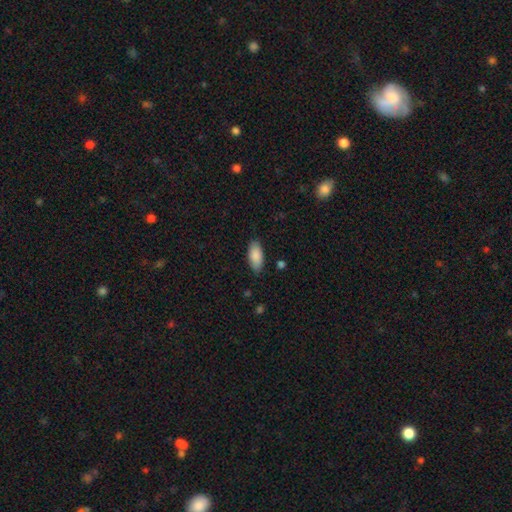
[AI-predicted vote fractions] Smooth or featured? smooth (88%)
How rounded? in between (90%)
Merging? none (85%)